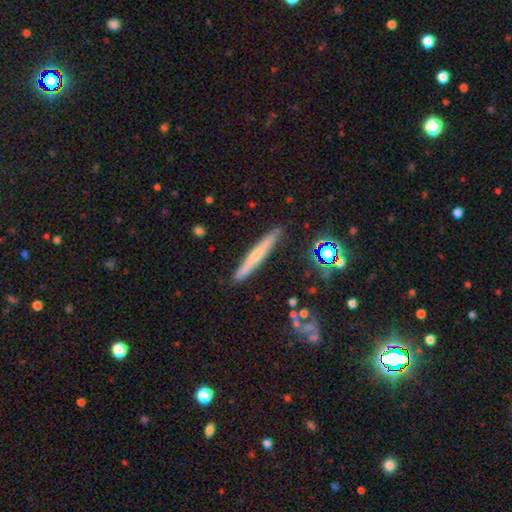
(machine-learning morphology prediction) Smooth or featured: smooth — 54% (featured or disk — 37%)
How rounded: cigar-shaped — 95% (in between — 3%)
Merging: none — 89% (minor disturbance — 8%)